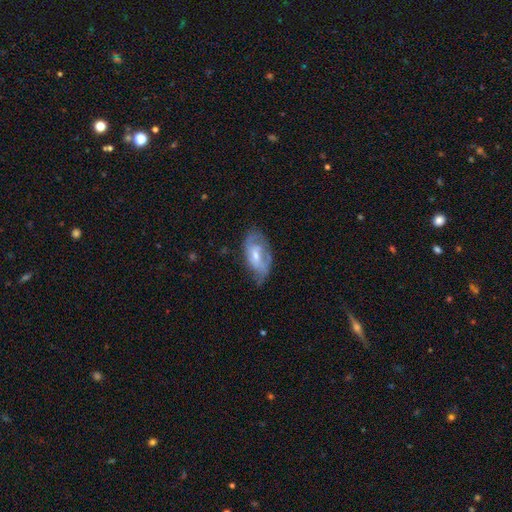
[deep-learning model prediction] This is likely a featured or disk galaxy (61%). It is clearly not viewed edge-on (93%). Bar: possibly no (49%). Spiral arm pattern: likely yes (71%). Central bulge: possibly moderate (48%). Merging: possibly none (50%).